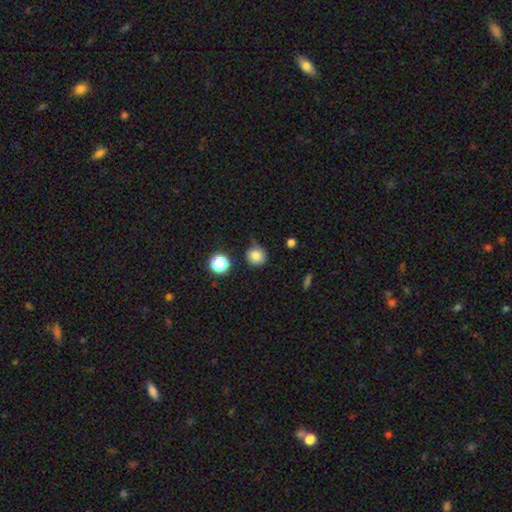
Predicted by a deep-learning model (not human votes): smooth-or-featured: smooth: 80% | star or artifact: 12% | featured or disk: 8%
  how-rounded: round: 83% | in between: 16% | cigar-shaped: 1%
  merging: none: 63% | minor disturbance: 25% | major disturbance: 7% | merger: 4%